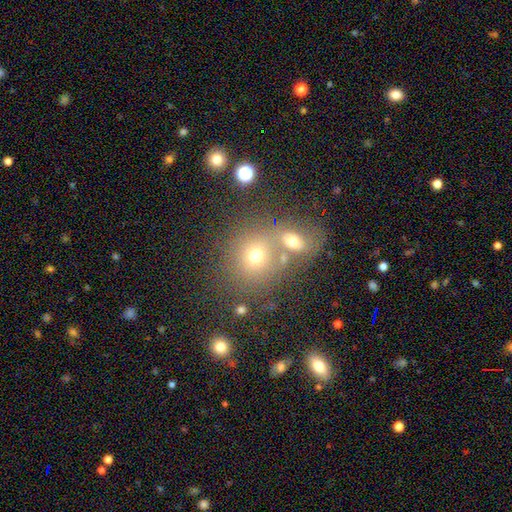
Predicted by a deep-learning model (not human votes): The model was most divided on "merging": none: 47%, merger: 39%, minor disturbance: 9%, major disturbance: 5%. More confident: how rounded — round (77%); smooth or featured — smooth (67%).